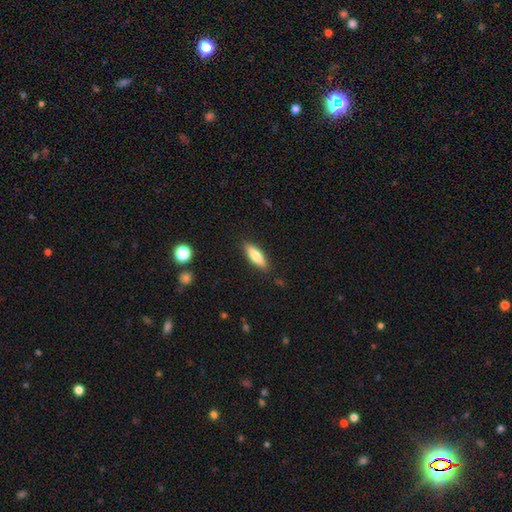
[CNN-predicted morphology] smooth 71%, featured or disk 23%, star or artifact 6%. Down the decision tree: how rounded — cigar-shaped (51%); merging — none (87%).